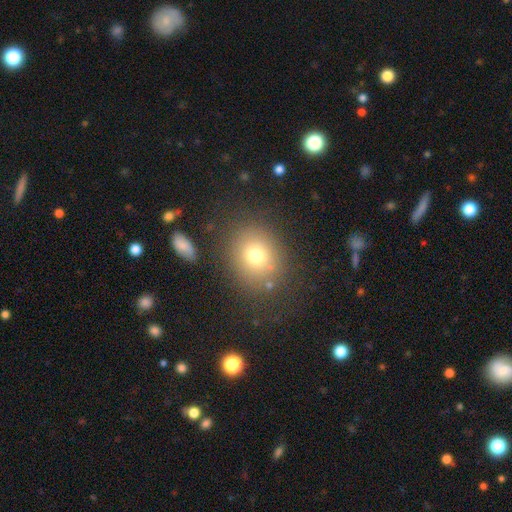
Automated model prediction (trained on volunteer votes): smooth 73%, star or artifact 14%, featured or disk 13%. Down the decision tree: how rounded — round (63%); merging — none (79%).